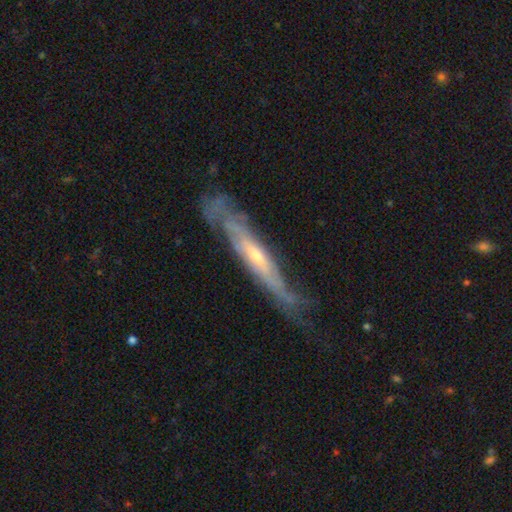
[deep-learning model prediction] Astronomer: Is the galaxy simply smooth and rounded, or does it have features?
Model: featured or disk — 78%.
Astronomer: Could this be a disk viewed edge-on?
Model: yes — 65%.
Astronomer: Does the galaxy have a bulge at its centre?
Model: rounded — 59% (runner-up: none, 35%).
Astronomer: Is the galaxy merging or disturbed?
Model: none — 61%.